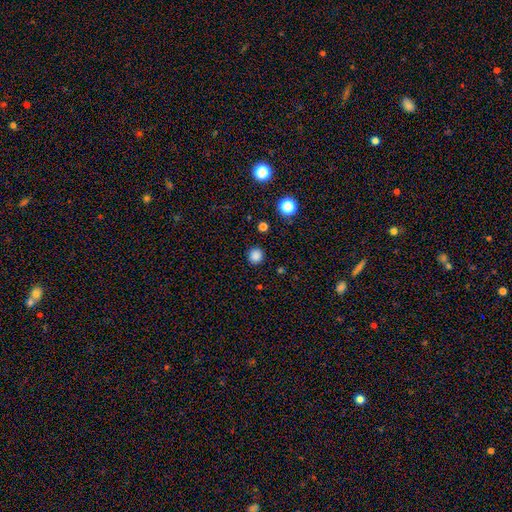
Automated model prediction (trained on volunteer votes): smooth 84%, star or artifact 13%, featured or disk 3%. Down the decision tree: how rounded — round (92%); merging — none (90%).